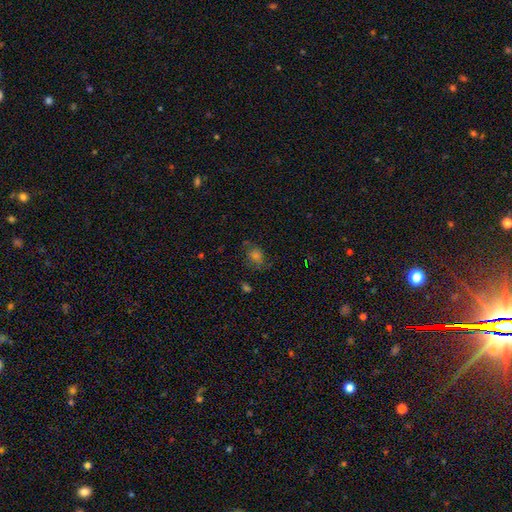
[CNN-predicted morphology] type=smooth (56%); roundness=in between (55%); merging=none (61%).